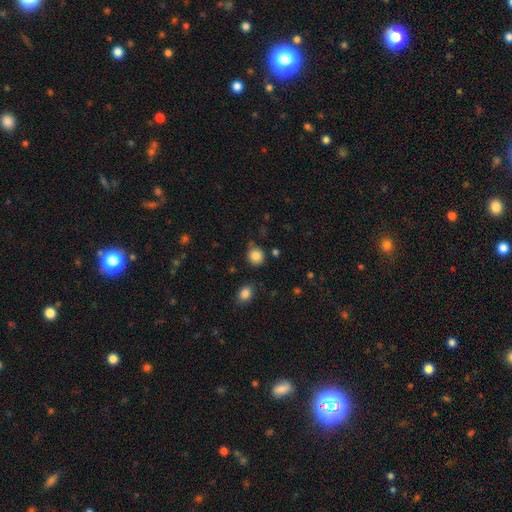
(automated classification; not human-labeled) Q: Smooth or featured?
A: smooth (85%); runner-up: star or artifact (10%)
Q: How rounded?
A: round (80%); runner-up: in between (19%)
Q: Merging?
A: none (78%); runner-up: minor disturbance (15%)